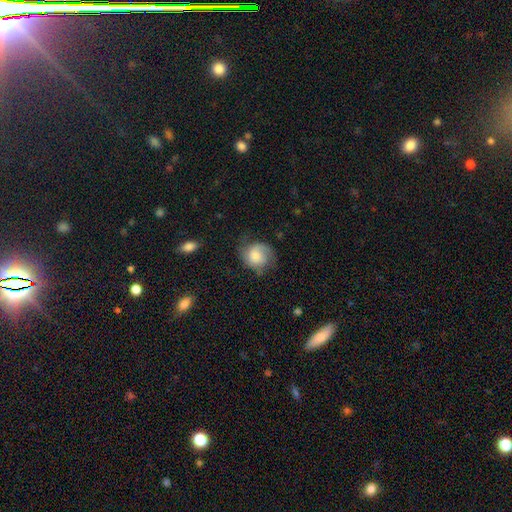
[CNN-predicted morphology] Smooth or featured? Predicted: smooth (p=0.49). Merging? Predicted: none (p=0.56).